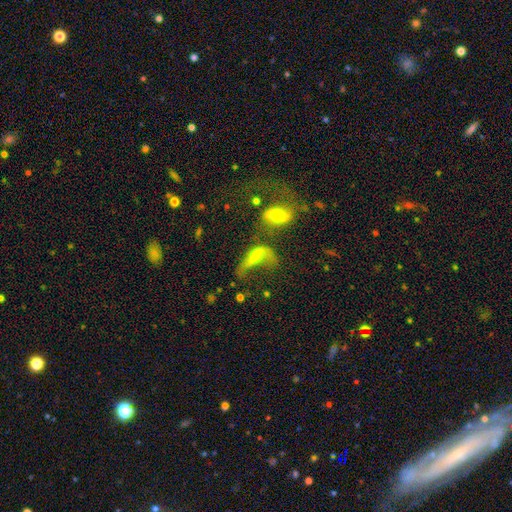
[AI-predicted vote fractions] Overall: featured or disk (52%; smooth 36%). Edge-on disk: no (84%). Merging: merger (38%; major disturbance 32%).